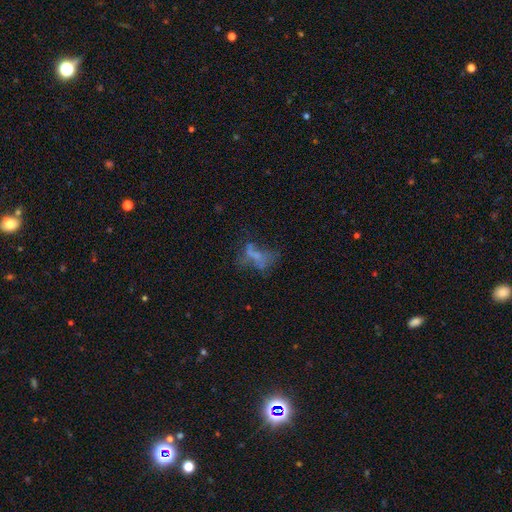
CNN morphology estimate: Q: Smooth or featured?
A: featured or disk (41%); runner-up: smooth (37%)
Q: Merging?
A: major disturbance (38%); runner-up: none (31%)